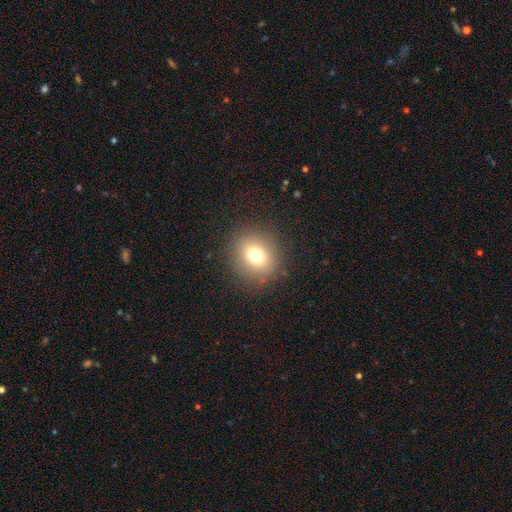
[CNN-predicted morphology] smooth_or_featured: smooth (p=0.74) [alt: star or artifact p=0.14]
how_rounded: round (p=0.80) [alt: in between p=0.19]
merging: none (p=0.87) [alt: minor disturbance p=0.08]